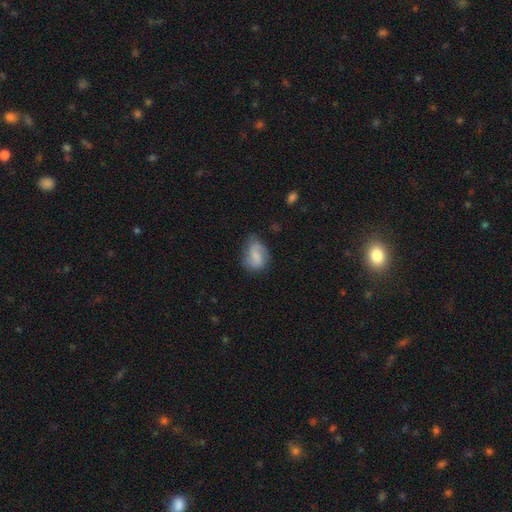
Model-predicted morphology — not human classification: Q: Smooth or featured?
A: smooth (59%); runner-up: featured or disk (33%)
Q: How rounded?
A: in between (68%); runner-up: round (30%)
Q: Merging?
A: none (52%); runner-up: minor disturbance (33%)